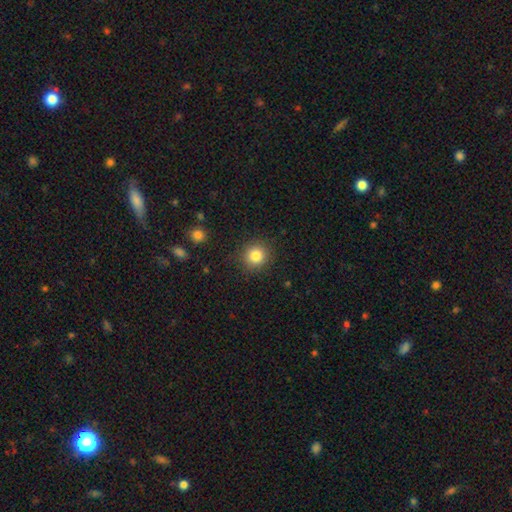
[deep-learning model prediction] This appears to be a smooth galaxy with no disk features (83%) that is round (90%). Merging: none (89%).